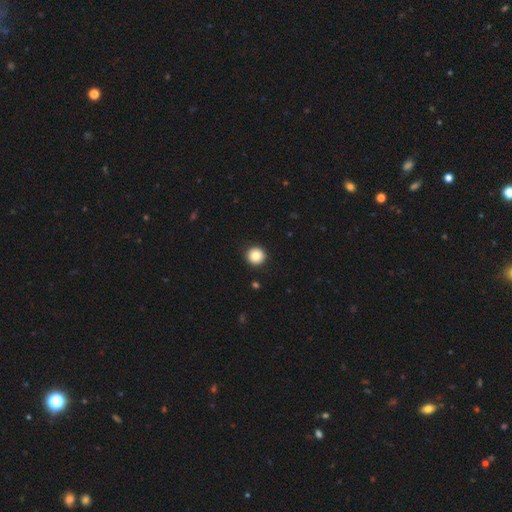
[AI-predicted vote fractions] smooth-or-featured: smooth: 84% | star or artifact: 9% | featured or disk: 7%
  how-rounded: round: 96% | in between: 3% | cigar-shaped: 1%
  merging: none: 92% | minor disturbance: 5% | major disturbance: 2% | merger: 1%